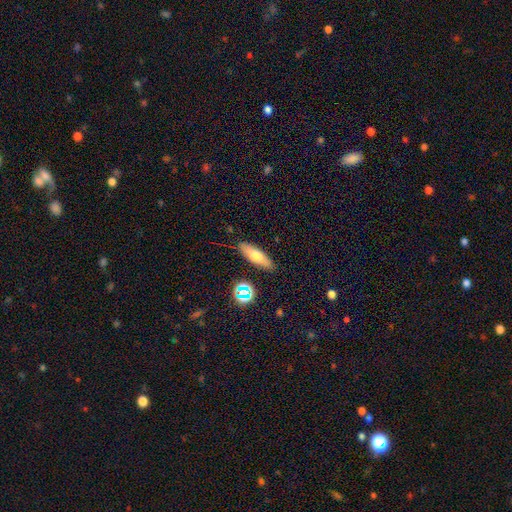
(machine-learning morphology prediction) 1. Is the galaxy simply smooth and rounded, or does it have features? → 65% smooth, 25% featured or disk, 9% star or artifact.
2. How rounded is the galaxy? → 49% cigar-shaped, 48% in between, 4% round.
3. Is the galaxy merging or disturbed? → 86% none, 9% minor disturbance, 2% merger, 2% major disturbance.